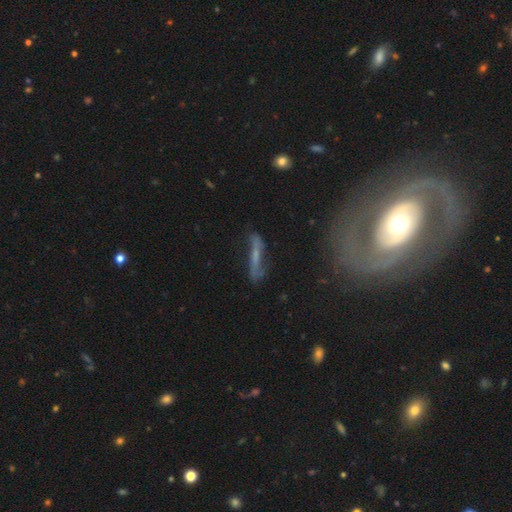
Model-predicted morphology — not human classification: Smooth or featured? Predicted: featured or disk (p=0.55). Edge-on disk? Predicted: no (p=0.50, tied with yes). Merging? Predicted: none (p=0.60).